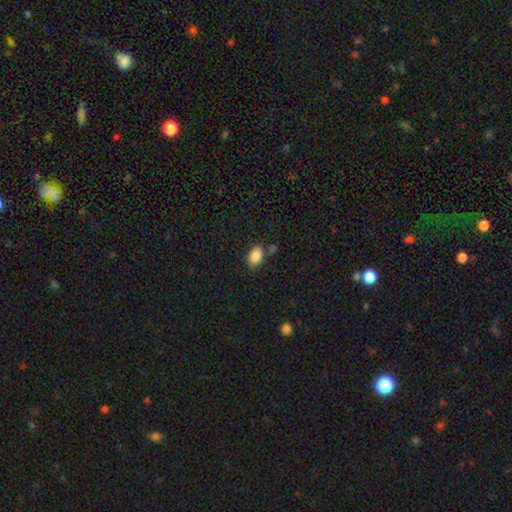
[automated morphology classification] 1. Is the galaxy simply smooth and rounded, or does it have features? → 87% smooth, 8% star or artifact, 5% featured or disk.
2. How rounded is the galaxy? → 90% in between, 8% round, 2% cigar-shaped.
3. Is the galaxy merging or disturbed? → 75% none, 13% minor disturbance, 8% merger, 3% major disturbance.